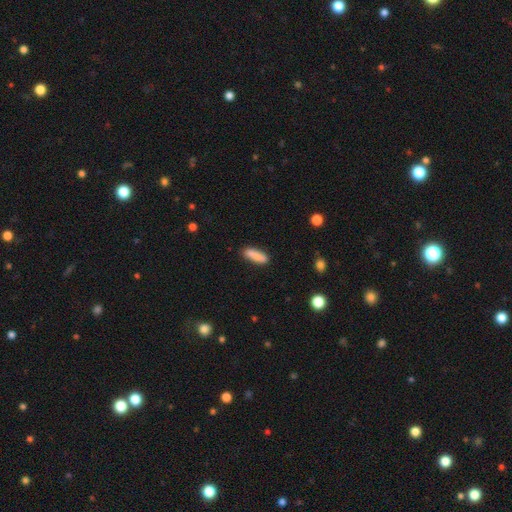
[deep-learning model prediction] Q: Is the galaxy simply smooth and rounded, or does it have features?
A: smooth — 86%.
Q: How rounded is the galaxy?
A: cigar-shaped — 56%.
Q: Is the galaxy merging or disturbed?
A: none — 85%.